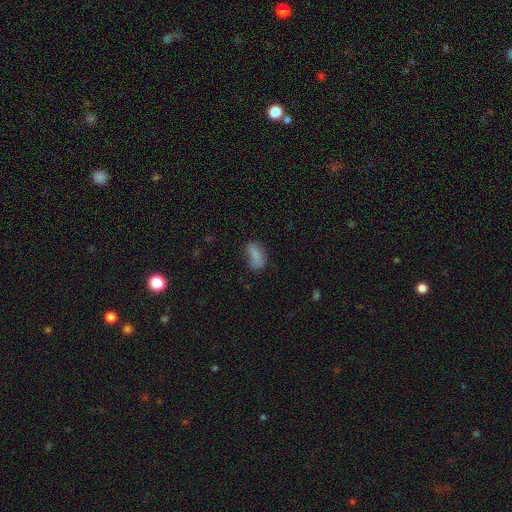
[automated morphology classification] type=smooth (81%); roundness=in between (85%); merging=none (60%).